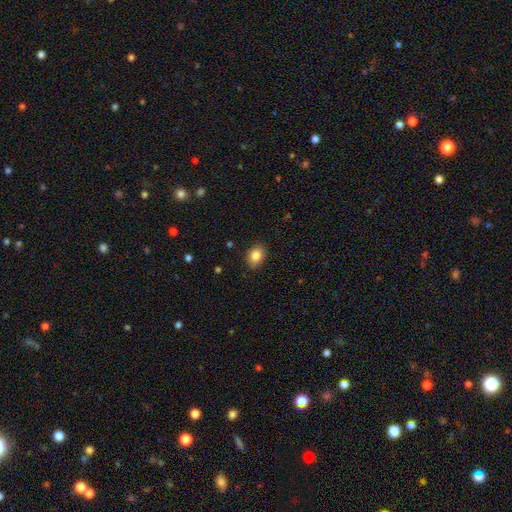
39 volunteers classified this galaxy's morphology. Smooth or featured: smooth — 87% (featured or disk — 10%)
How rounded: in between — 59% (round — 41%)
Merging: none — 87% (minor disturbance — 13%)